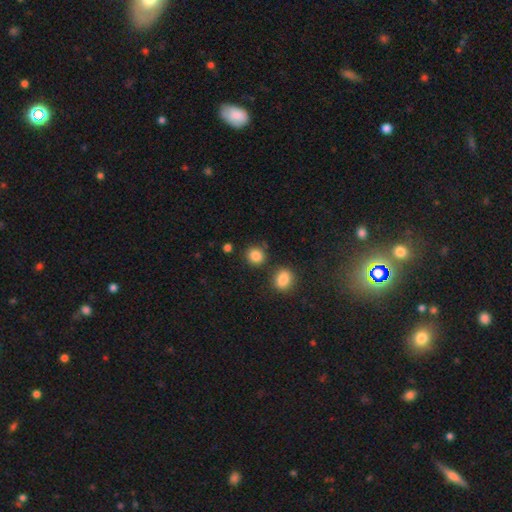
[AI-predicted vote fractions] Q: Smooth or featured?
A: smooth (86%); runner-up: star or artifact (10%)
Q: How rounded?
A: round (84%); runner-up: in between (15%)
Q: Merging?
A: none (80%); runner-up: minor disturbance (9%)